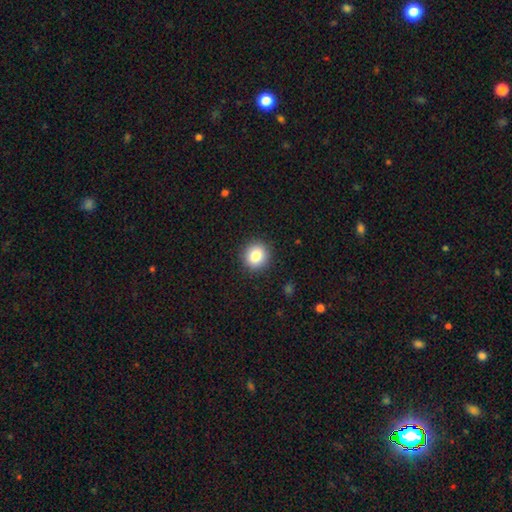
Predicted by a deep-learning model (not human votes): Smooth or featured? Predicted: smooth (p=0.84). How rounded? Predicted: round (p=0.90). Merging? Predicted: none (p=0.91).